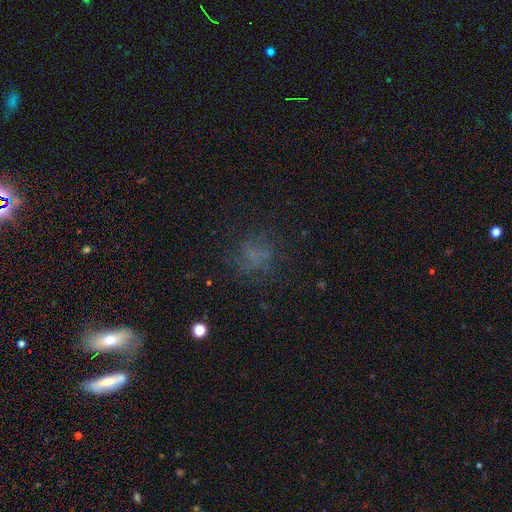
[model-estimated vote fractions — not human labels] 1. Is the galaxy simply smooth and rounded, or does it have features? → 49% smooth, 29% star or artifact, 23% featured or disk.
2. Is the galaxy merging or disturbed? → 65% none, 16% minor disturbance, 16% major disturbance, 2% merger.